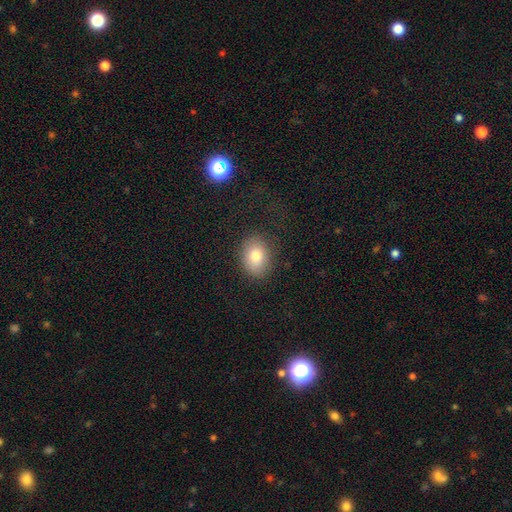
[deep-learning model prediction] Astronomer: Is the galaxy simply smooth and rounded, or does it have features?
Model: smooth — 79%.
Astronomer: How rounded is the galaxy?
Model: in between — 58% (runner-up: round, 41%).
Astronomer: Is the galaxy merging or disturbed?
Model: none — 84%.